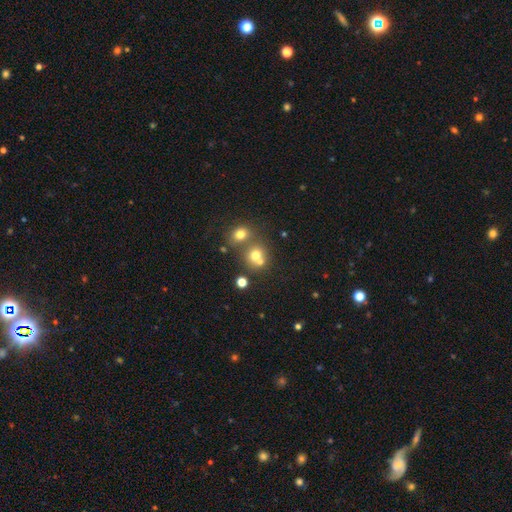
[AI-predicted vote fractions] smooth 70%, star or artifact 16%, featured or disk 14%. Down the decision tree: how rounded — round (79%); merging — none (45%).